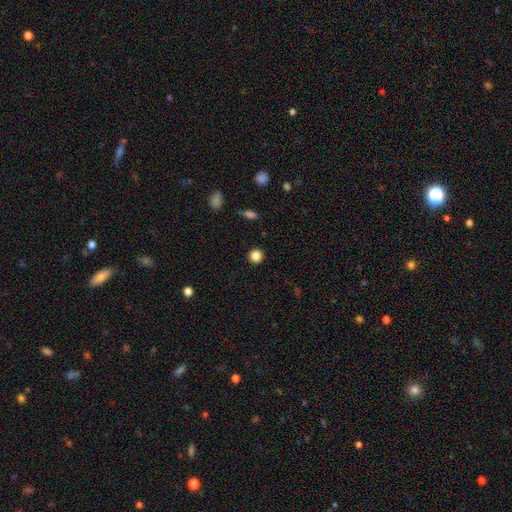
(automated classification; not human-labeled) smooth_or_featured: smooth (p=0.86) [alt: star or artifact p=0.11]
how_rounded: round (p=0.93) [alt: in between p=0.06]
merging: none (p=0.92) [alt: minor disturbance p=0.05]